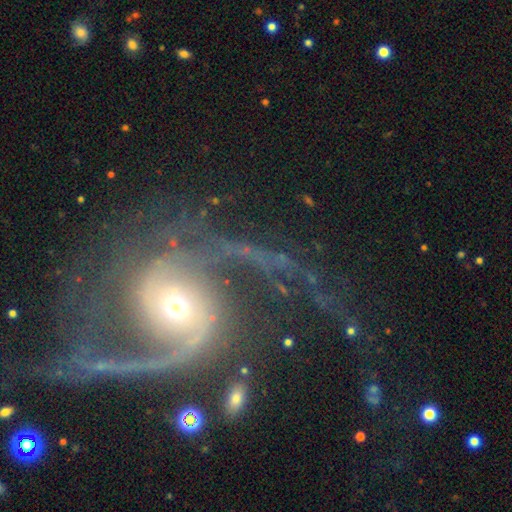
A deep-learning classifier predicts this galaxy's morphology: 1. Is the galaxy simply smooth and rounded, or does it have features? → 86% featured or disk, 8% star or artifact, 6% smooth.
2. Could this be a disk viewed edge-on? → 97% no, 3% yes.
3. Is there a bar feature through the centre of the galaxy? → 61% no, 26% weak, 13% strong.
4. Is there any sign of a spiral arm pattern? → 95% yes, 5% no.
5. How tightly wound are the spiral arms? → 46% loose, 39% medium, 15% tight.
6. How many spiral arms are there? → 69% 2, 10% 1, 7% can't tell, 6% 3, 4% 4, 3% more than 4.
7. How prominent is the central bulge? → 52% moderate, 38% small, 6% large, 2% dominant, 2% none.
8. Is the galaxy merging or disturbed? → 48% none, 31% major disturbance, 14% minor disturbance, 6% merger.